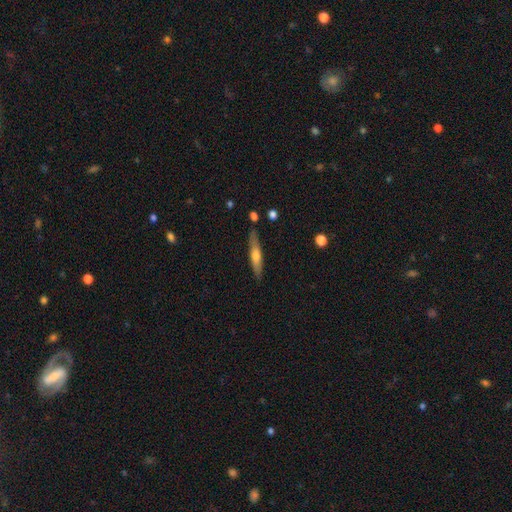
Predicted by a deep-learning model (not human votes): Overall: smooth (49%; featured or disk 45%). Merging: none (82%).